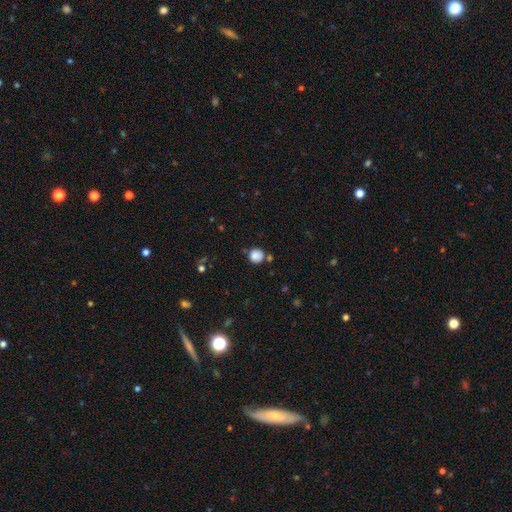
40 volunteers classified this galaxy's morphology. Smooth or featured?
  - smooth: 88% *
  - star or artifact: 10%
  - featured or disk: 2%
How rounded?
  - round: 86% *
  - in between: 14%
  - cigar-shaped: 0%
Merging?
  - none: 69% *
  - minor disturbance: 22%
  - major disturbance: 8%
  - merger: 0%